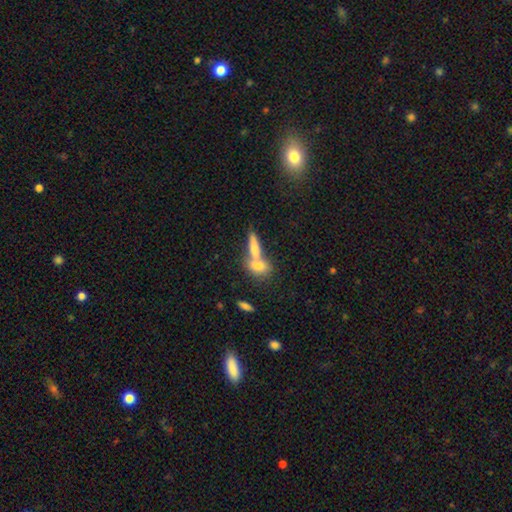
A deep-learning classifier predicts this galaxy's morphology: A smooth galaxy with no disk features (64%) that is in between round and cigar-shaped (51%).

Vote fractions:
- Smooth or featured? smooth: 64% / featured or disk: 23% / star or artifact: 13%
- How rounded? in between: 51% / cigar-shaped: 34% / round: 15%
- Merging? merger: 49% / none: 38% / minor disturbance: 8% / major disturbance: 4%